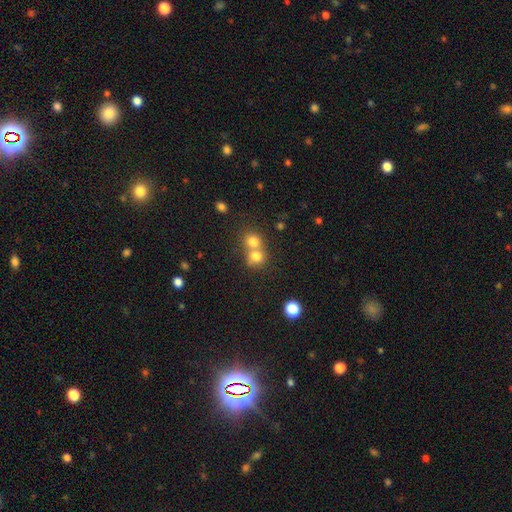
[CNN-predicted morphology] This is likely a smooth galaxy (76%). How rounded: likely round (79%). Merging: possibly merger (56%).